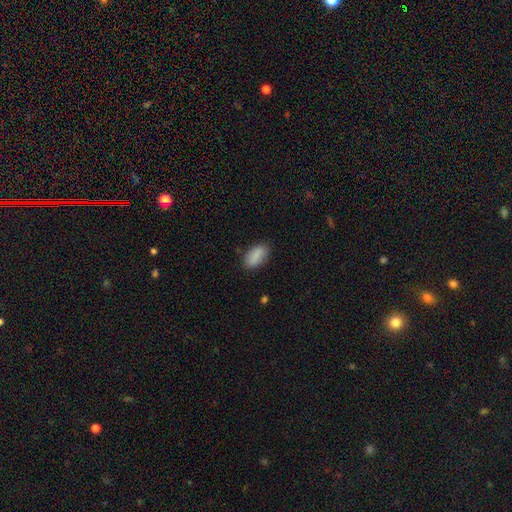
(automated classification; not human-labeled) This is clearly a smooth galaxy (87%). How rounded: clearly in between (91%). Merging: clearly none (82%).